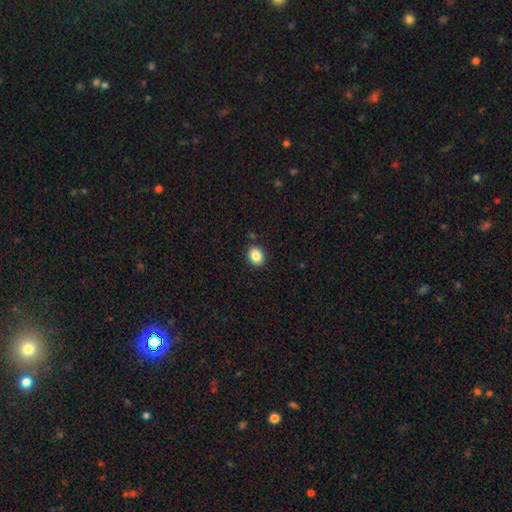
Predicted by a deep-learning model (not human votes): Overall: smooth (86%). How rounded: in between (60%; round 39%). Merging: none (88%).